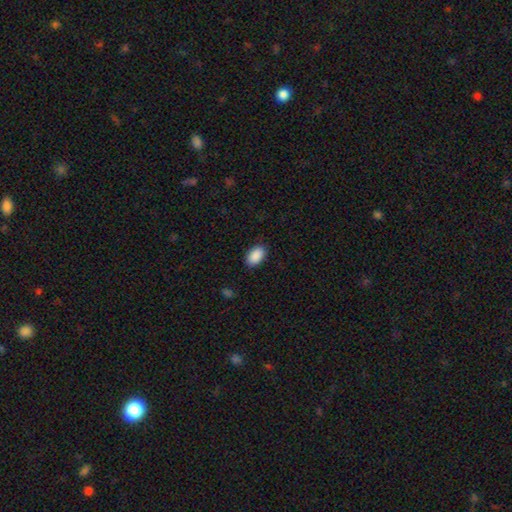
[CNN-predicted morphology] Smooth or featured? Predicted: smooth (p=0.91). How rounded? Predicted: in between (p=0.93). Merging? Predicted: none (p=0.88).